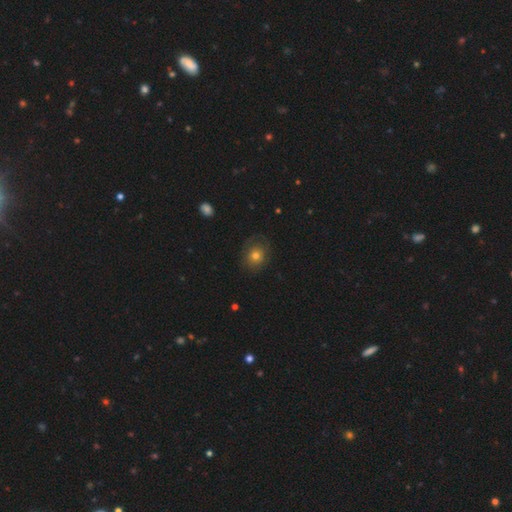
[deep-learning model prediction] This is likely a smooth galaxy (65%). How rounded: likely round (75%). Merging: likely none (73%).